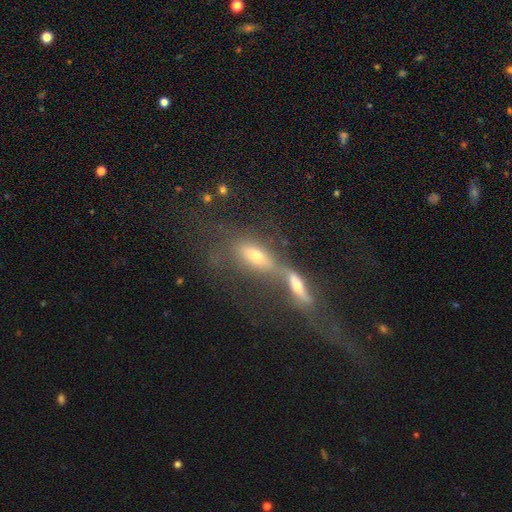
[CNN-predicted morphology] This is possibly a smooth galaxy (51%). How rounded: likely in between (67%). Merging: possibly merger (60%).